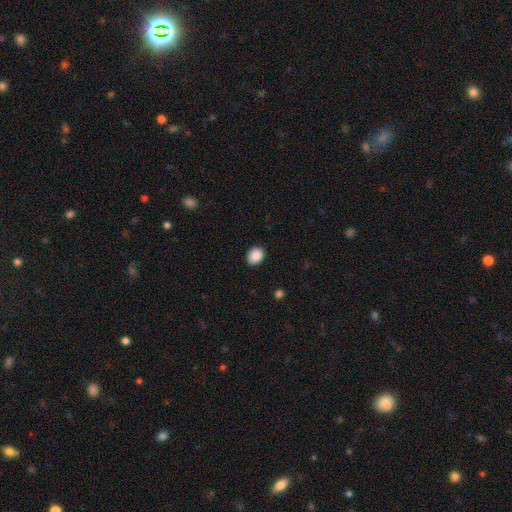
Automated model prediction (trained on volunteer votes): Q: Smooth or featured?
A: smooth (89%); runner-up: star or artifact (8%)
Q: How rounded?
A: in between (55%); runner-up: round (44%)
Q: Merging?
A: none (88%); runner-up: minor disturbance (9%)